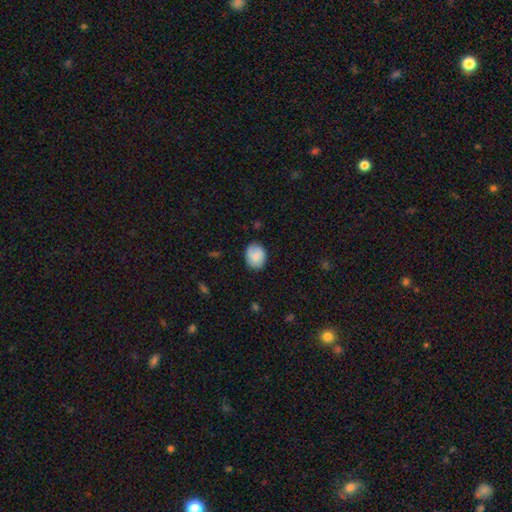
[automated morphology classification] Smooth or featured? smooth (78%)
How rounded? round (52%)
Merging? none (76%)